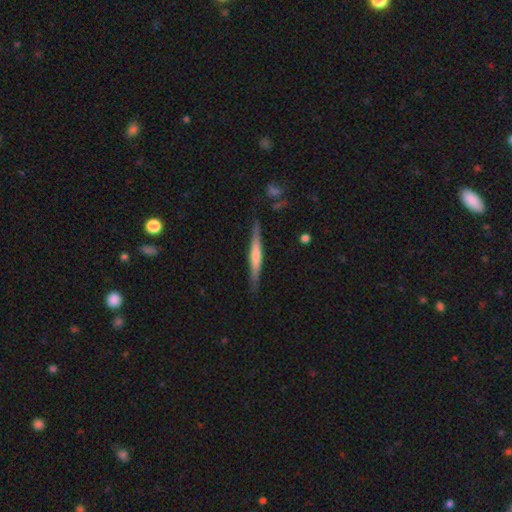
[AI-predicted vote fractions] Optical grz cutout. It shows a featured or disk galaxy (61%) viewed edge-on (97%) with a rounded central bulge (57%). Merging: none (88%).